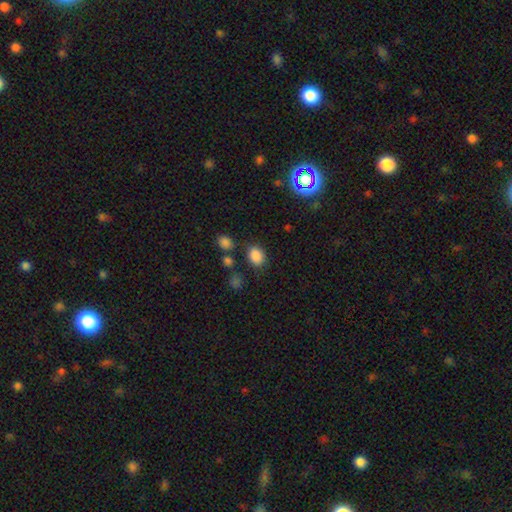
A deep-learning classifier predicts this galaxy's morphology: Smooth or featured? Predicted: smooth (p=0.85). How rounded? Predicted: in between (p=0.59). Merging? Predicted: none (p=0.78).